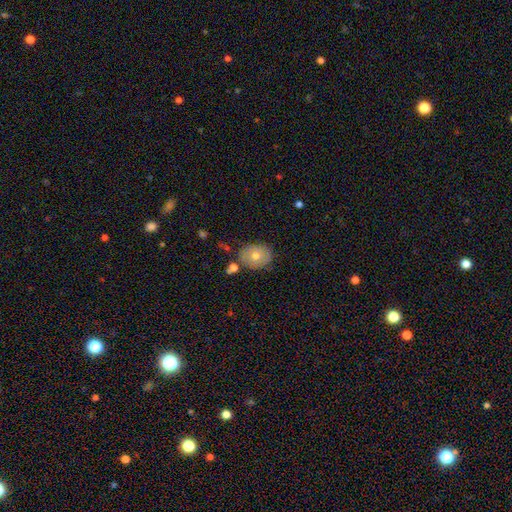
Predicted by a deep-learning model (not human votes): Smooth or featured? smooth (67%)
How rounded? in between (52%)
Merging? none (76%)